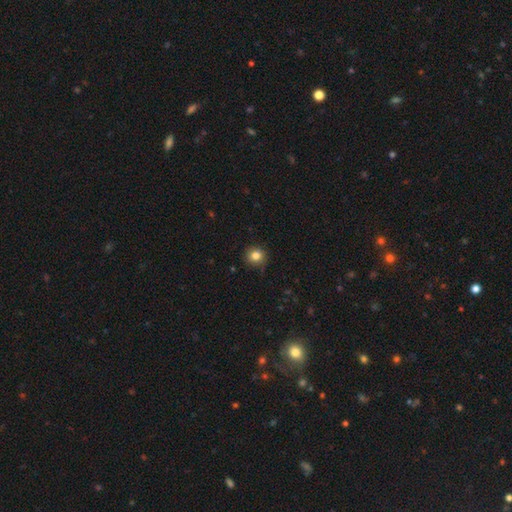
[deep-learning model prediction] Smooth or featured: smooth — 83% (star or artifact — 11%)
How rounded: round — 90% (in between — 9%)
Merging: none — 81% (minor disturbance — 15%)